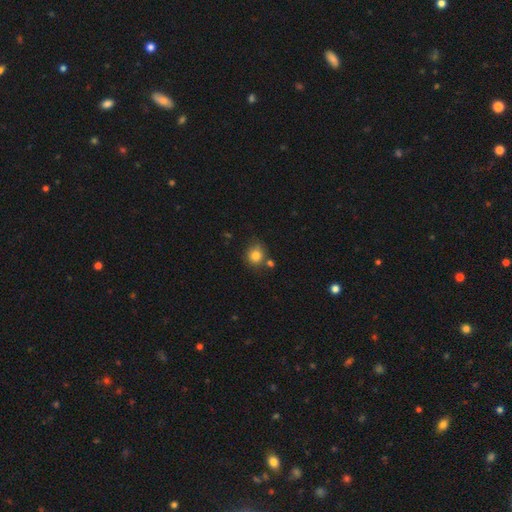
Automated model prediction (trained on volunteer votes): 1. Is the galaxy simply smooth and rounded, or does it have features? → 82% smooth, 11% star or artifact, 7% featured or disk.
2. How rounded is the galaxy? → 84% round, 15% in between, 1% cigar-shaped.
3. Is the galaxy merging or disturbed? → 67% none, 16% minor disturbance, 12% merger, 4% major disturbance.